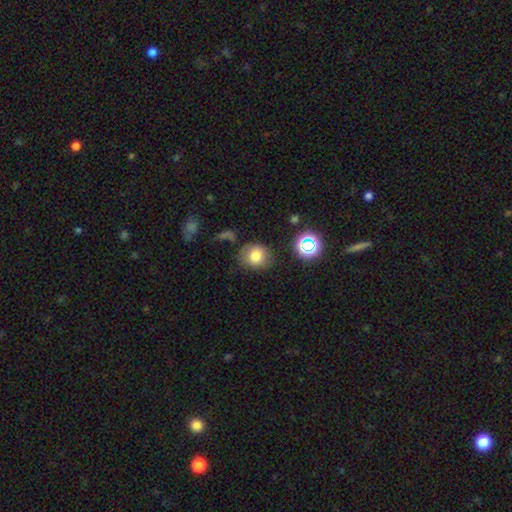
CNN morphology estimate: A smooth galaxy with no disk features (77%) that is round (73%).

Vote fractions:
- Smooth or featured? smooth: 77% / star or artifact: 14% / featured or disk: 10%
- How rounded? round: 73% / in between: 26% / cigar-shaped: 1%
- Merging? none: 74% / minor disturbance: 16% / major disturbance: 6% / merger: 4%